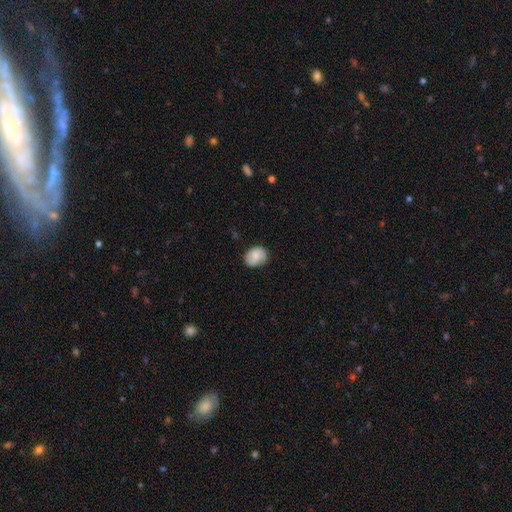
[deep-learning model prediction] This is likely a smooth galaxy (67%). How rounded: possibly round (53%). Merging: likely none (70%).